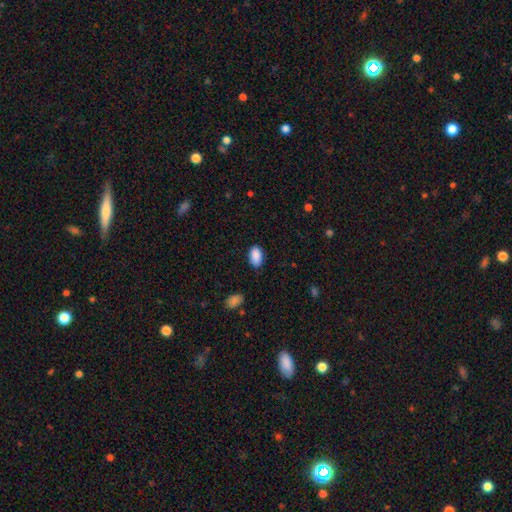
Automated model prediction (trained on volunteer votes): This appears to be a smooth galaxy with no disk features (89%) that is in between round and cigar-shaped (93%). Merging: none (81%).